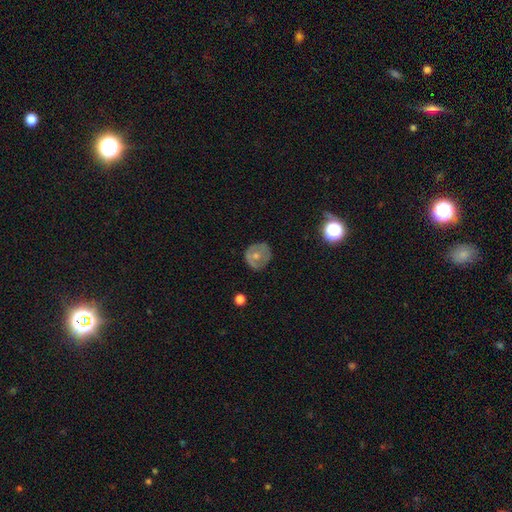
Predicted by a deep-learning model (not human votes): Smooth or featured? Predicted: smooth (p=0.51). How rounded? Predicted: round (p=0.85). Merging? Predicted: none (p=0.72).